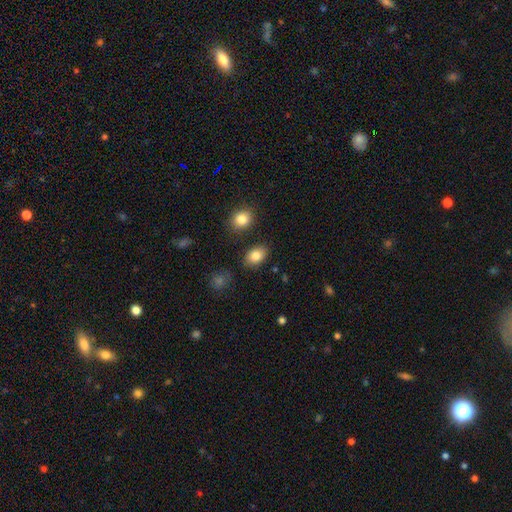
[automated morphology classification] Smooth or featured?
  - smooth: 84% *
  - star or artifact: 9%
  - featured or disk: 8%
How rounded?
  - in between: 82% *
  - round: 17%
  - cigar-shaped: 1%
Merging?
  - none: 82% *
  - minor disturbance: 11%
  - merger: 4%
  - major disturbance: 3%